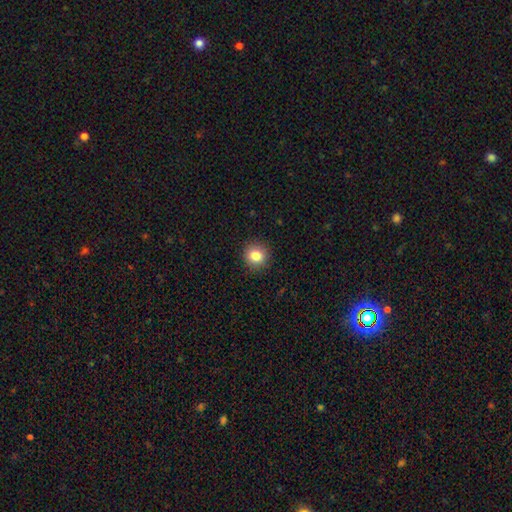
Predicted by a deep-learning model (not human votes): smooth 83%, star or artifact 11%, featured or disk 6%. Down the decision tree: how rounded — round (91%); merging — none (91%).